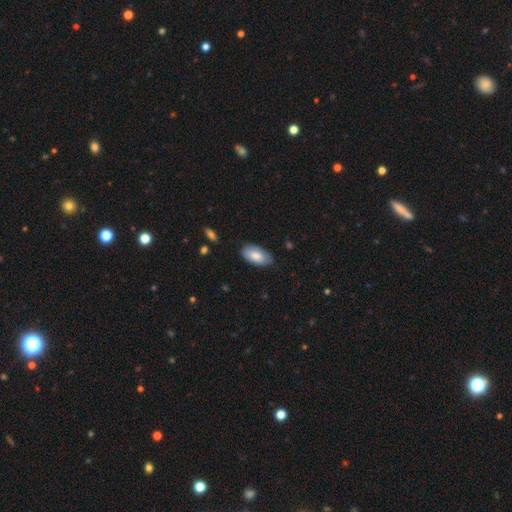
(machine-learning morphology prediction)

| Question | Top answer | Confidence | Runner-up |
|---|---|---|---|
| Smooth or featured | smooth | 83% | featured or disk (11%) |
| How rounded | in between | 94% | cigar-shaped (3%) |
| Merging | none | 80% | minor disturbance (17%) |